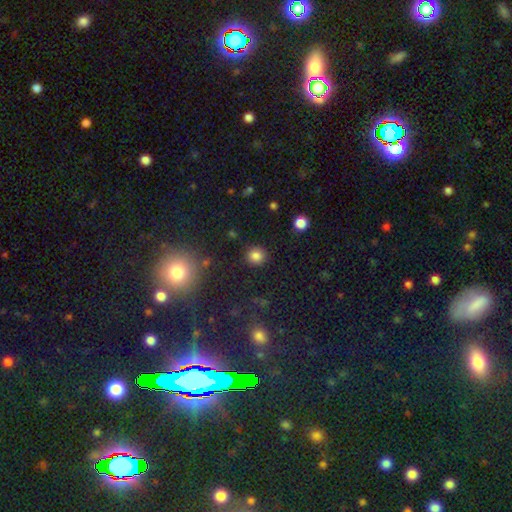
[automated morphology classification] smooth-or-featured: smooth: 82% | star or artifact: 13% | featured or disk: 5%
  how-rounded: round: 90% | in between: 9% | cigar-shaped: 1%
  merging: none: 89% | minor disturbance: 6% | major disturbance: 3% | merger: 2%